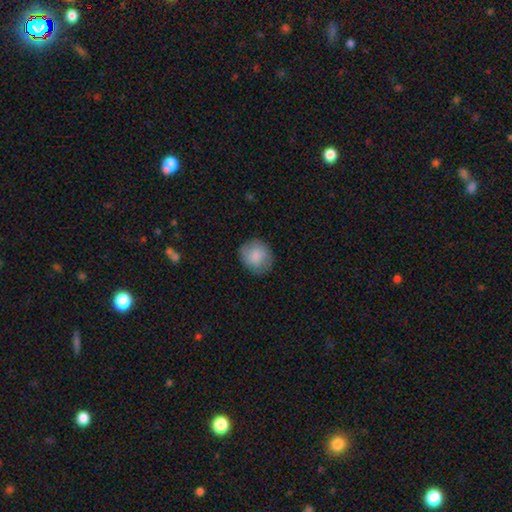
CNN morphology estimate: type=smooth (84%); roundness=round (76%); merging=none (81%).